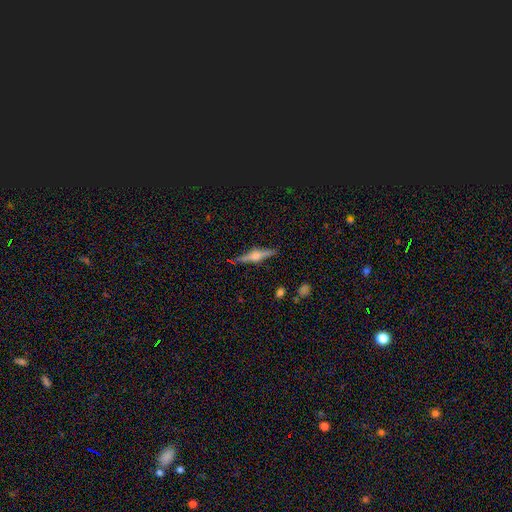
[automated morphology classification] Q: Smooth or featured?
A: featured or disk (77%); runner-up: smooth (17%)
Q: Edge-on disk?
A: yes (98%); runner-up: no (2%)
Q: Edge-on bulge?
A: rounded (90%); runner-up: boxy (8%)
Q: Merging?
A: none (89%); runner-up: minor disturbance (8%)